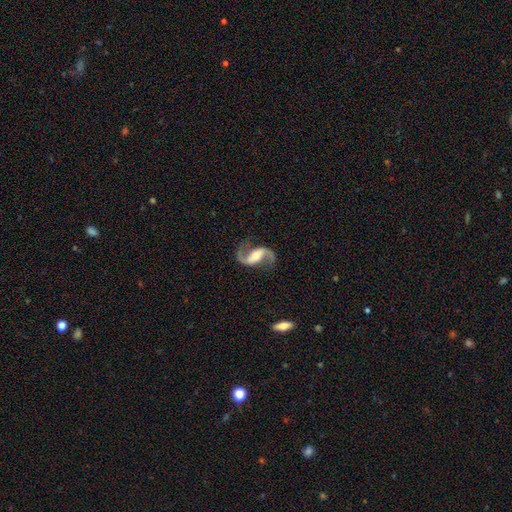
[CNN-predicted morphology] This is clearly a featured or disk galaxy (92%). It is clearly not viewed edge-on (97%). Bar: marginally strong (39%). Spiral arm pattern: clearly yes (97%). Spiral arm count: clearly 2 (94%). Spiral winding: likely loose (61%). Central bulge: likely moderate (61%). Merging: clearly none (81%).